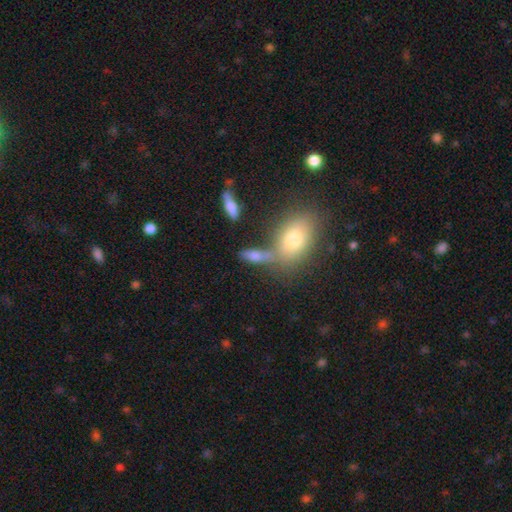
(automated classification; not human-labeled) A smooth galaxy with no disk features (68%) that is in between round and cigar-shaped (64%). Merging: none (46%).